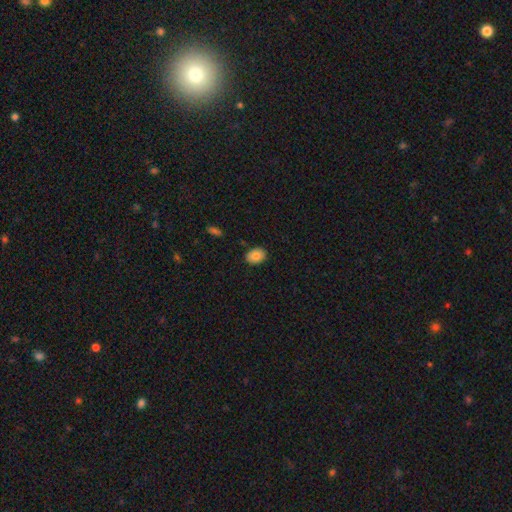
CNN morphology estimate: Smooth or featured? Predicted: smooth (p=0.84). How rounded? Predicted: in between (p=0.70). Merging? Predicted: none (p=0.87).